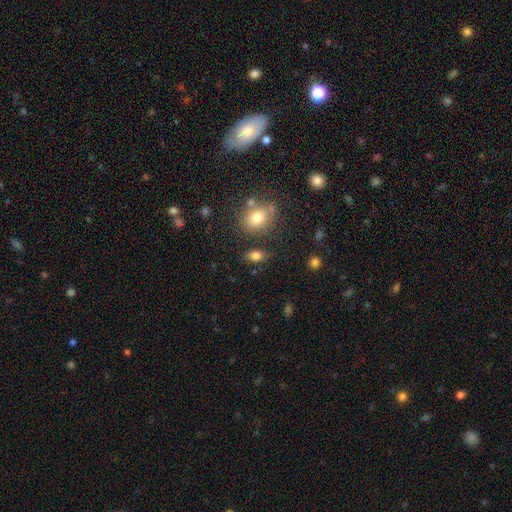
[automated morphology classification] This appears to be a smooth galaxy with no disk features (80%) that is in between round and cigar-shaped (83%). Merging: none (77%).